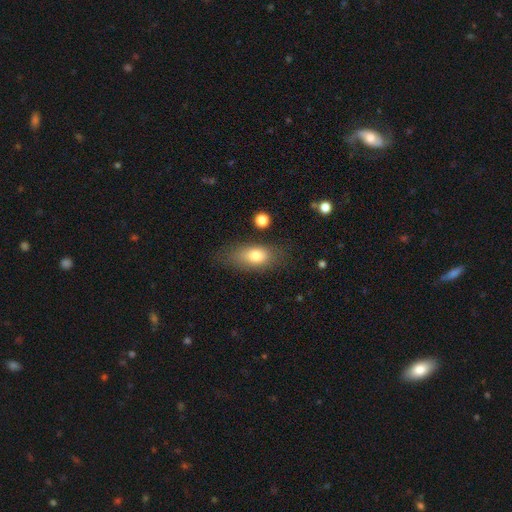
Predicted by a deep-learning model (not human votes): Smooth or featured?
  - smooth: 77% *
  - featured or disk: 14%
  - star or artifact: 8%
How rounded?
  - in between: 84% *
  - round: 9%
  - cigar-shaped: 7%
Merging?
  - none: 70% *
  - minor disturbance: 20%
  - major disturbance: 8%
  - merger: 3%